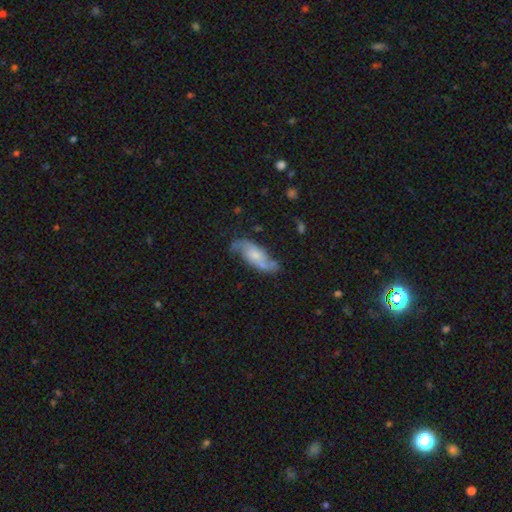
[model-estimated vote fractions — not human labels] Smooth or featured: featured or disk — 68% (smooth — 25%)
Edge-on disk: no — 90% (yes — 10%)
Bar: no — 63% (weak — 29%)
Spiral arms: yes — 90% (no — 10%)
Spiral winding: loose — 53% (medium — 34%)
Spiral arm count: 2 — 86% (can't tell — 8%)
Bulge size: small — 50% (moderate — 35%)
Merging: none — 61% (minor disturbance — 23%)